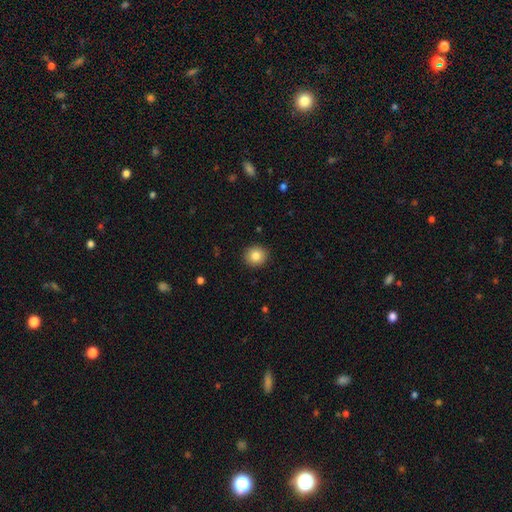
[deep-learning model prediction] A smooth galaxy with no disk features (84%) that is round (88%).

Vote fractions:
- Smooth or featured? smooth: 84% / star or artifact: 9% / featured or disk: 7%
- How rounded? round: 88% / in between: 11% / cigar-shaped: 1%
- Merging? none: 92% / minor disturbance: 6% / major disturbance: 2% / merger: 1%